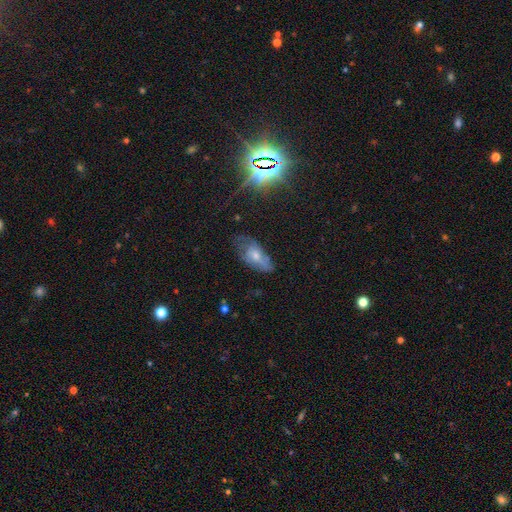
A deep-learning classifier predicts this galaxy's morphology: A smooth galaxy with no disk features (47%). Merging: none (45%).